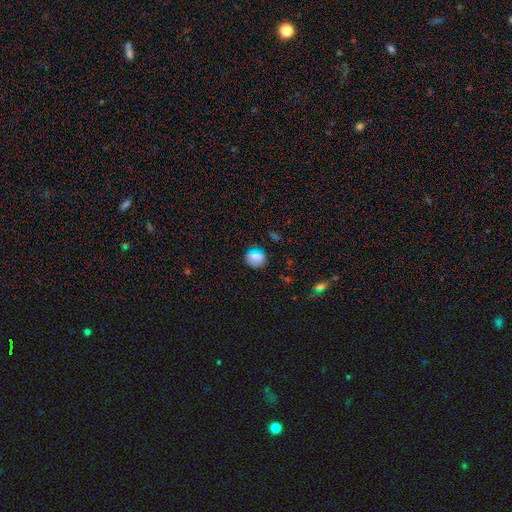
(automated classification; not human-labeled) smooth_or_featured: smooth (p=0.71) [alt: star or artifact p=0.21]
how_rounded: round (p=0.86) [alt: in between p=0.12]
merging: none (p=0.86) [alt: minor disturbance p=0.10]